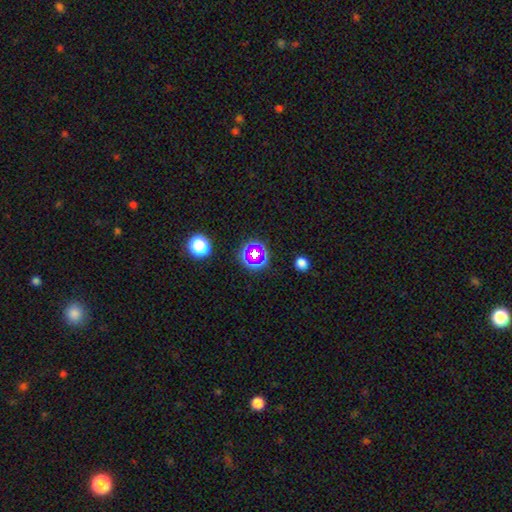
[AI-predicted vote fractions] smooth_or_featured: star or artifact (p=0.46) [alt: smooth p=0.36]